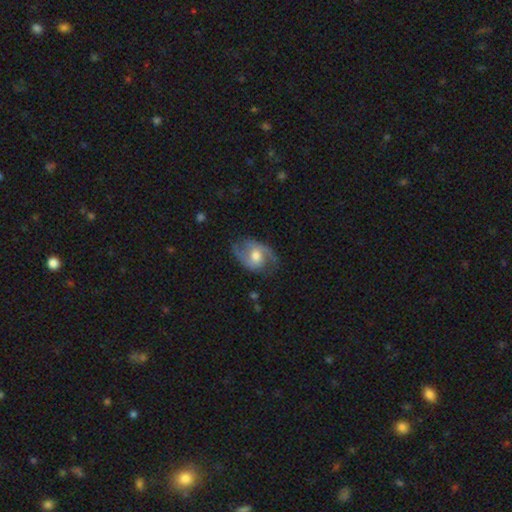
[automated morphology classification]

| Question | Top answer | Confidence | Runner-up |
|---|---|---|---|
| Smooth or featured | featured or disk | 77% | smooth (17%) |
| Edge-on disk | no | 97% | yes (3%) |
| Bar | no | 53% | weak (38%) |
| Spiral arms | yes | 92% | no (8%) |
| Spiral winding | medium | 48% | loose (33%) |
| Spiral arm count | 2 | 88% | can't tell (5%) |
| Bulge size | moderate | 71% | large (13%) |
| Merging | none | 71% | minor disturbance (19%) |